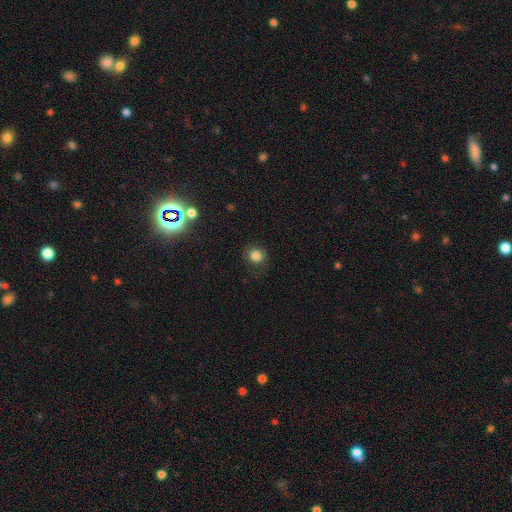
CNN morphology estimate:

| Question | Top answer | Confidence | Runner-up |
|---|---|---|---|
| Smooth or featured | smooth | 82% | star or artifact (12%) |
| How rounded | round | 86% | in between (13%) |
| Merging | none | 80% | minor disturbance (13%) |